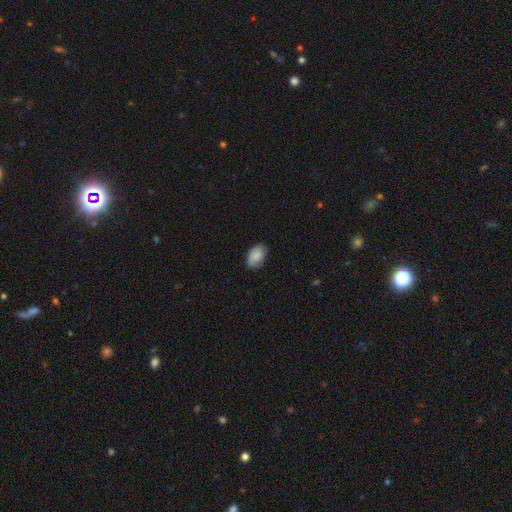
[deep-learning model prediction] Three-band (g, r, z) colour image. It shows a smooth galaxy with no disk features (81%) that is in between round and cigar-shaped (90%). Merging: none (74%).